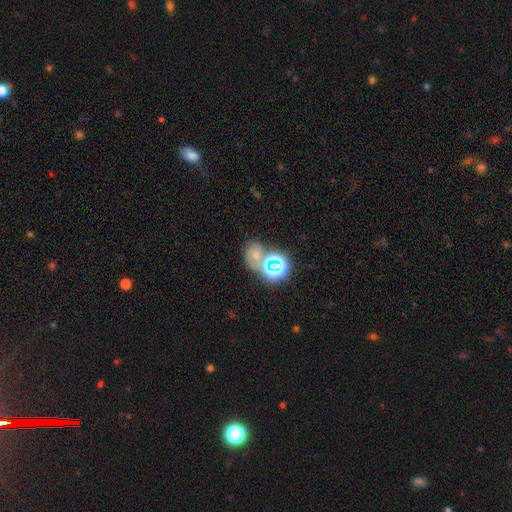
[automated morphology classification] Q: Smooth or featured?
A: smooth (45%); runner-up: star or artifact (38%)
Q: Merging?
A: none (42%); runner-up: merger (34%)